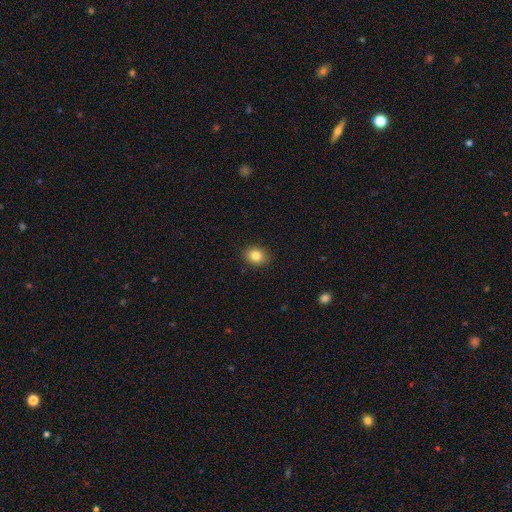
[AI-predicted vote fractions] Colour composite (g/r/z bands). It shows a smooth galaxy with no disk features (83%) that is round (50%). Merging: none (88%).